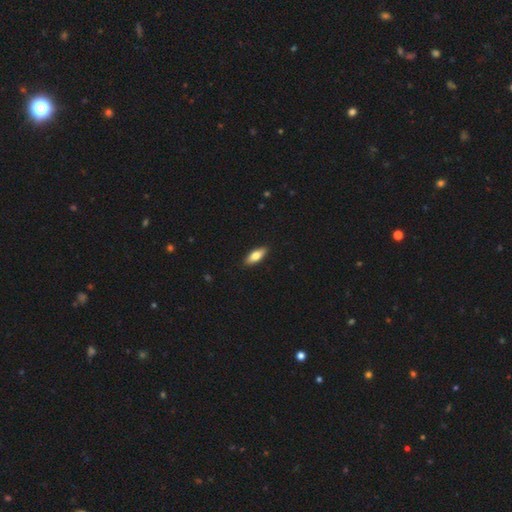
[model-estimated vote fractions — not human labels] Q: Smooth or featured?
A: smooth (71%); runner-up: featured or disk (24%)
Q: How rounded?
A: in between (68%); runner-up: cigar-shaped (29%)
Q: Merging?
A: none (90%); runner-up: minor disturbance (7%)